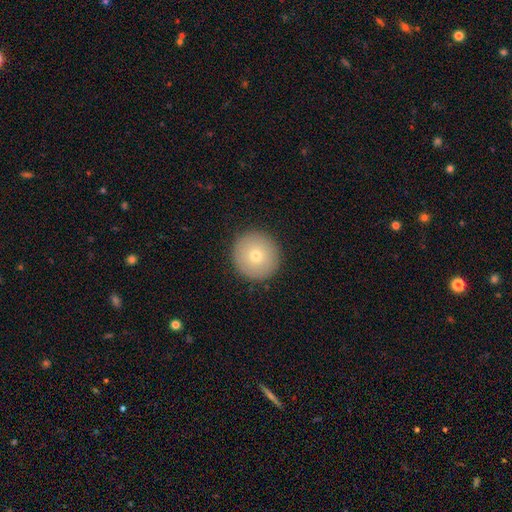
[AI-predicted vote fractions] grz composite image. It shows a smooth galaxy with no disk features (73%) that is round (95%). Merging: none (91%).